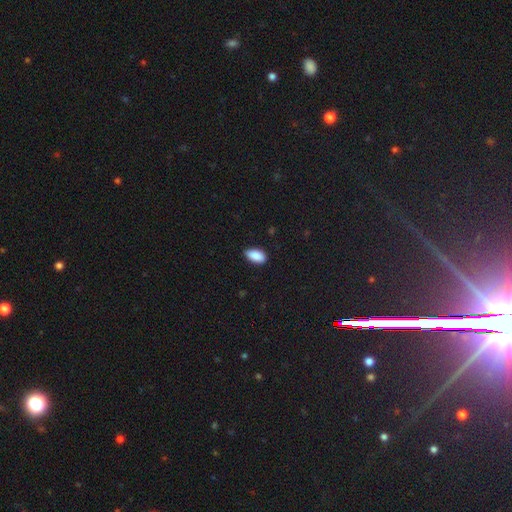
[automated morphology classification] This is clearly a smooth galaxy (89%). How rounded: clearly in between (93%). Merging: clearly none (81%).